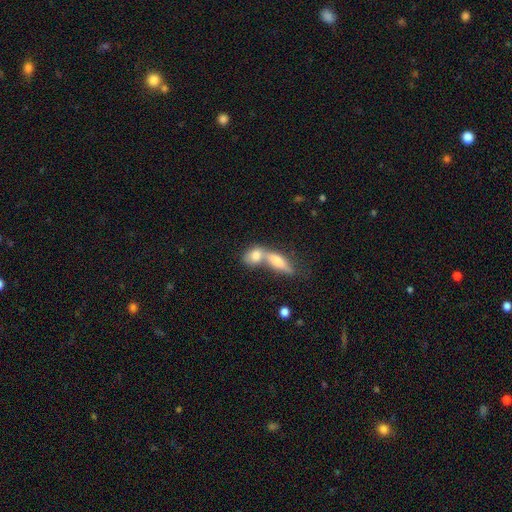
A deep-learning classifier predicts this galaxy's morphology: Smooth or featured? Predicted: smooth (p=0.74). How rounded? Predicted: in between (p=0.67). Merging? Predicted: merger (p=0.68).